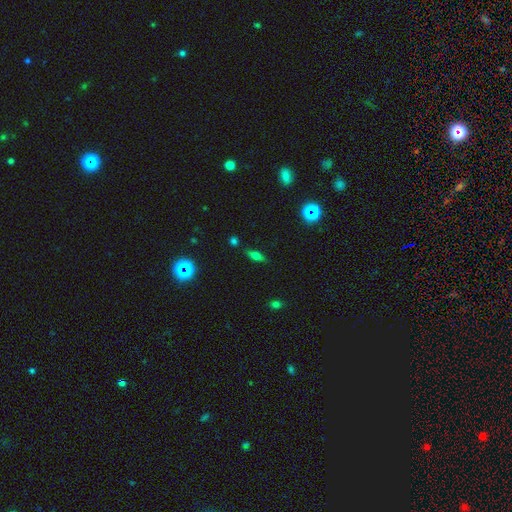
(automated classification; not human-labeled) smooth_or_featured: smooth (p=0.52) [alt: featured or disk p=0.32]
how_rounded: in between (p=0.60) [alt: cigar-shaped p=0.32]
merging: none (p=0.82) [alt: minor disturbance p=0.12]